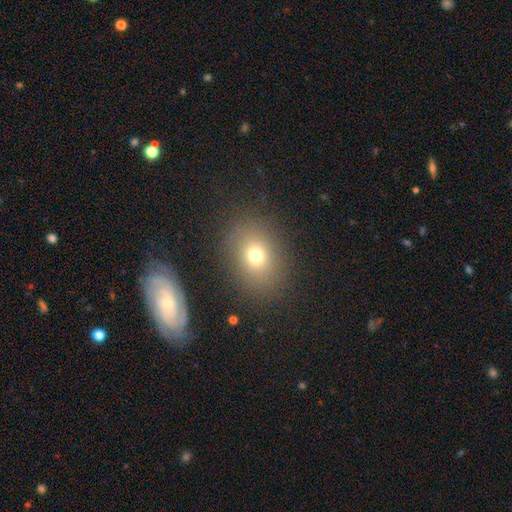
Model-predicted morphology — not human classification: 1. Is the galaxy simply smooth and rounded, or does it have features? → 71% smooth, 15% star or artifact, 13% featured or disk.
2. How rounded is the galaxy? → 58% in between, 41% round, 1% cigar-shaped.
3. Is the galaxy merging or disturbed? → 83% none, 9% minor disturbance, 4% major disturbance, 3% merger.